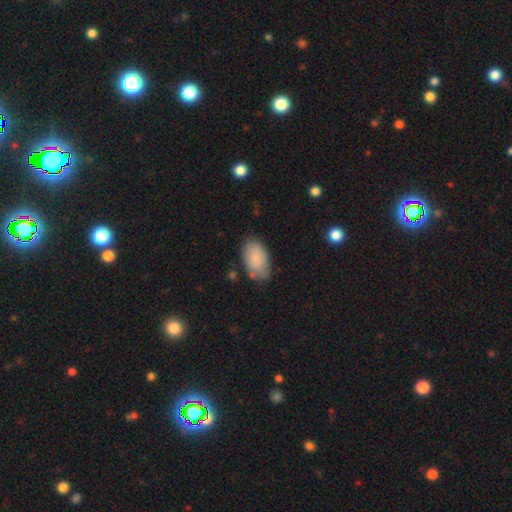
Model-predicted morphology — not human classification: Q: Smooth or featured?
A: smooth (84%); runner-up: featured or disk (10%)
Q: How rounded?
A: in between (95%); runner-up: round (4%)
Q: Merging?
A: none (75%); runner-up: minor disturbance (18%)